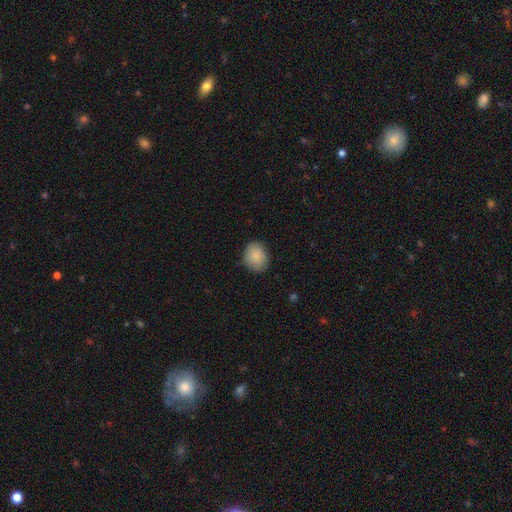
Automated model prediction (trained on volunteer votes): The model was most divided on "how rounded": round: 60%, in between: 39%, cigar-shaped: 1%. More confident: smooth or featured — smooth (88%); merging — none (81%).